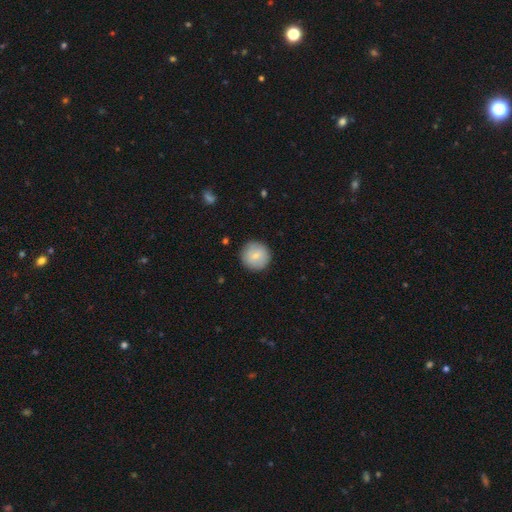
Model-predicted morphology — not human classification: smooth-or-featured: smooth: 80% | featured or disk: 14% | star or artifact: 7%
  how-rounded: round: 96% | in between: 3% | cigar-shaped: 1%
  merging: none: 89% | minor disturbance: 8% | major disturbance: 2% | merger: 1%